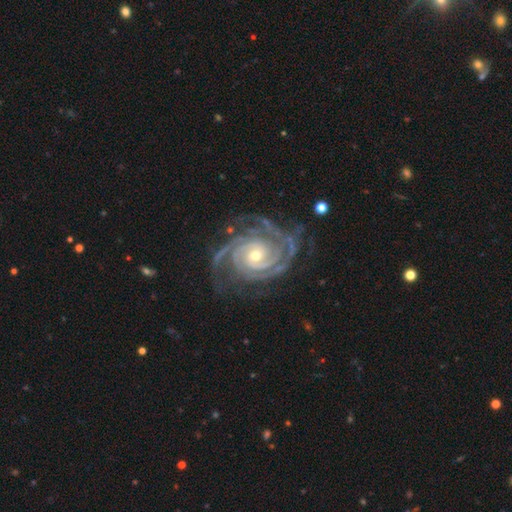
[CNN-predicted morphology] This is clearly a featured or disk galaxy (93%). It is clearly not viewed edge-on (98%). Bar: likely no (69%). Spiral arm pattern: clearly yes (99%). Spiral arm count: marginally 3 (29%). Spiral winding: likely tight (77%). Central bulge: possibly small (53%). Merging: likely none (71%).